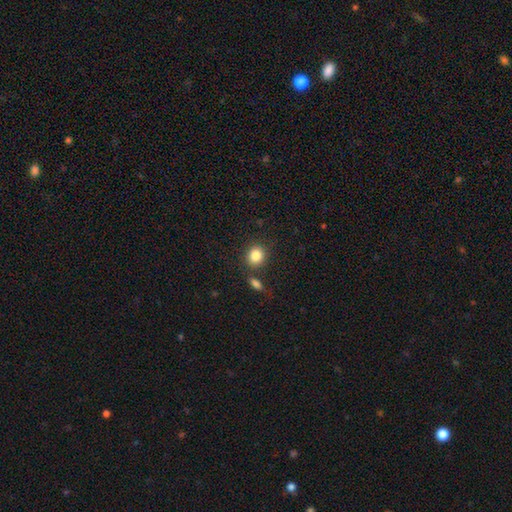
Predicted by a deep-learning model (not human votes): smooth 85%, star or artifact 9%, featured or disk 6%. Down the decision tree: how rounded — round (72%); merging — none (78%).